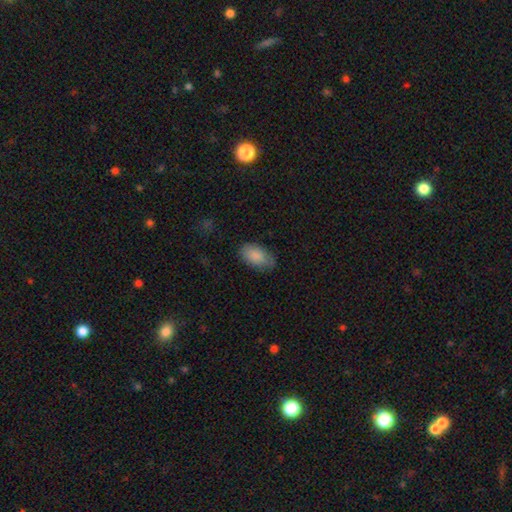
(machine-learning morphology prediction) A smooth galaxy with no disk features (87%) that is in between round and cigar-shaped (94%). Merging: none (77%).